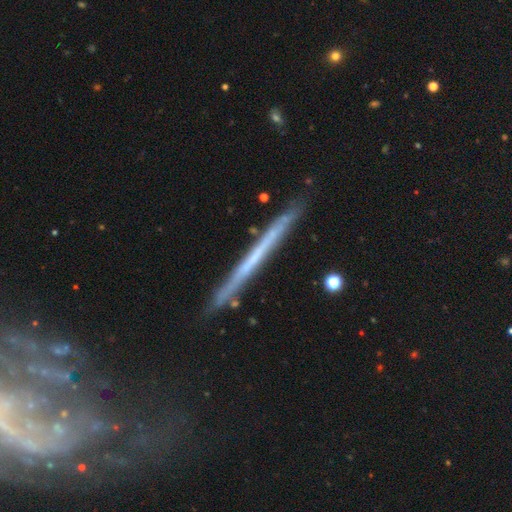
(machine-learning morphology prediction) This is likely a featured or disk galaxy (61%). It is clearly viewed edge-on (96%). Edge-on bulge: clearly none (91%). Merging: clearly none (87%).